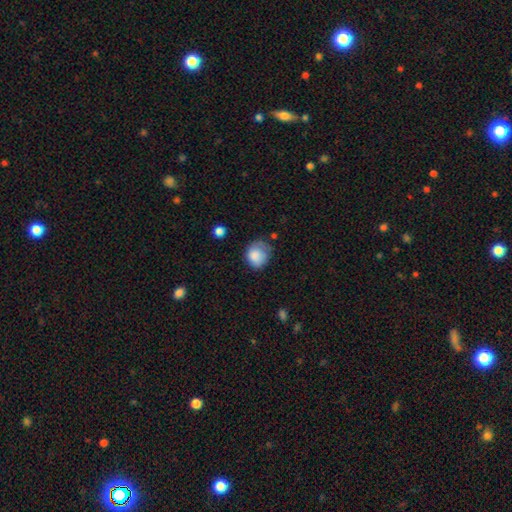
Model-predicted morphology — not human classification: smooth 83%, featured or disk 9%, star or artifact 8%. Down the decision tree: how rounded — round (70%); merging — none (50%).